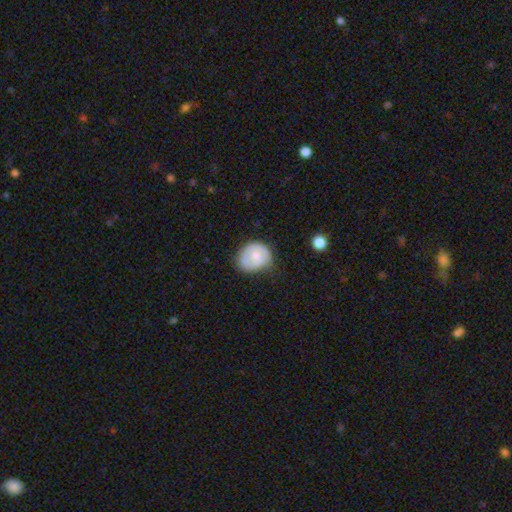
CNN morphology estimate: smooth 58%, featured or disk 36%, star or artifact 7%. Down the decision tree: how rounded — round (64%); merging — none (52%).